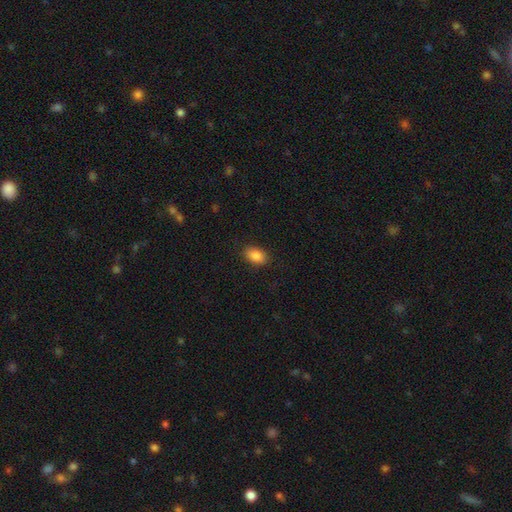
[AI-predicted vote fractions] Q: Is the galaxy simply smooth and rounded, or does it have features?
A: smooth — 88%.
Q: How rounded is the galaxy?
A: in between — 89%.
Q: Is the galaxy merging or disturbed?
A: none — 88%.